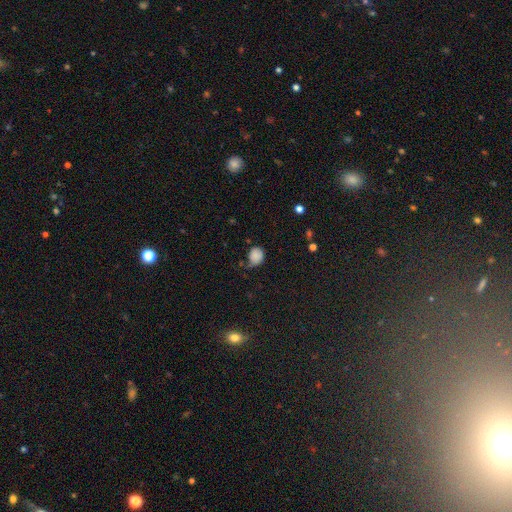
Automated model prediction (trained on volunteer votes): Smooth or featured?
  - smooth: 83% *
  - star or artifact: 10%
  - featured or disk: 7%
How rounded?
  - round: 67% *
  - in between: 32%
  - cigar-shaped: 1%
Merging?
  - none: 47% *
  - minor disturbance: 37%
  - major disturbance: 13%
  - merger: 4%